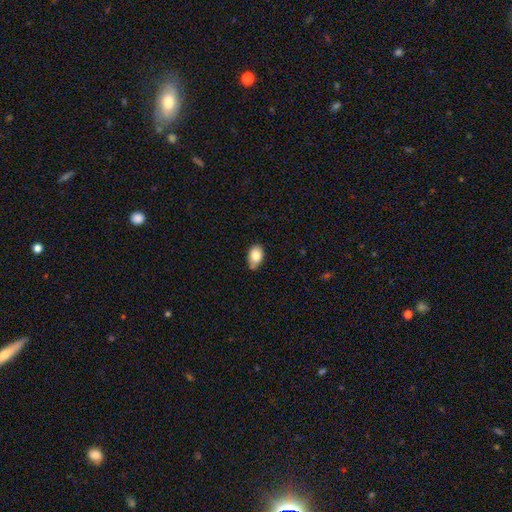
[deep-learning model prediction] smooth-or-featured: smooth: 83% | featured or disk: 9% | star or artifact: 8%
  how-rounded: in between: 86% | round: 12% | cigar-shaped: 1%
  merging: none: 62% | minor disturbance: 30% | merger: 5% | major disturbance: 4%